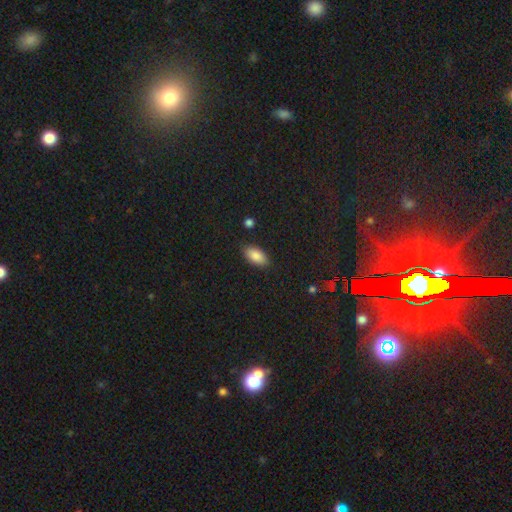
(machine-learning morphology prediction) Smooth or featured?
  - smooth: 86% *
  - star or artifact: 8%
  - featured or disk: 6%
How rounded?
  - in between: 92% *
  - cigar-shaped: 5%
  - round: 3%
Merging?
  - none: 85% *
  - minor disturbance: 10%
  - major disturbance: 3%
  - merger: 2%